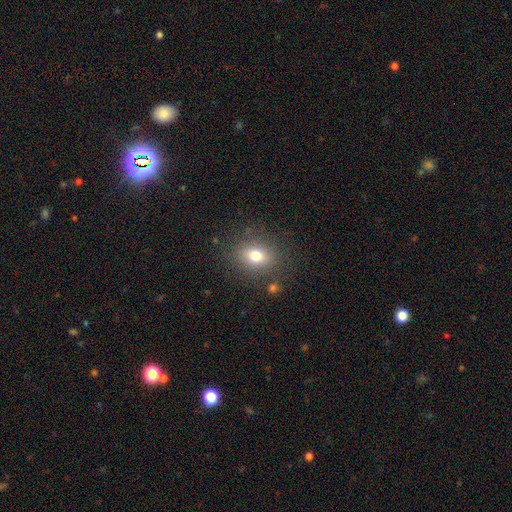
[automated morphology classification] smooth 74%, star or artifact 13%, featured or disk 13%. Down the decision tree: how rounded — round (52%); merging — none (82%).